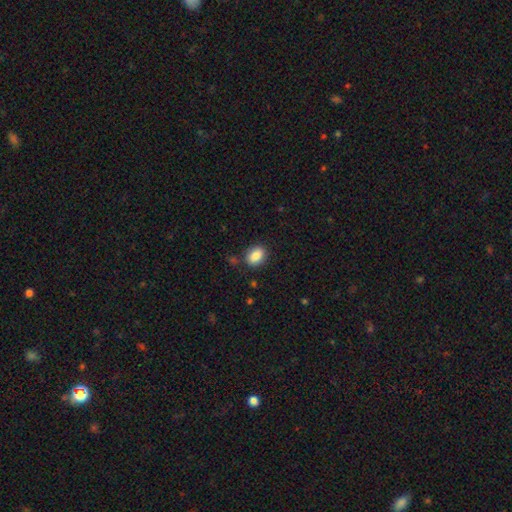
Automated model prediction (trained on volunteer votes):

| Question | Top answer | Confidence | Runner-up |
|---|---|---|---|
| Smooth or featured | smooth | 87% | star or artifact (8%) |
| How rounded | in between | 75% | round (24%) |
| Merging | none | 83% | minor disturbance (11%) |